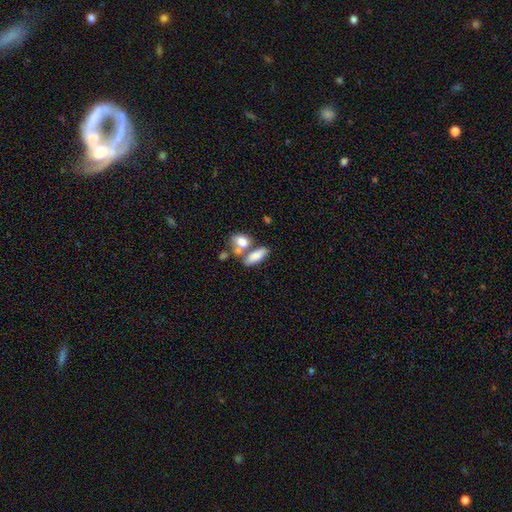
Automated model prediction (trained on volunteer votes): This appears to be a smooth galaxy with no disk features (78%) that is in between round and cigar-shaped (83%). Merging: merger (45%).